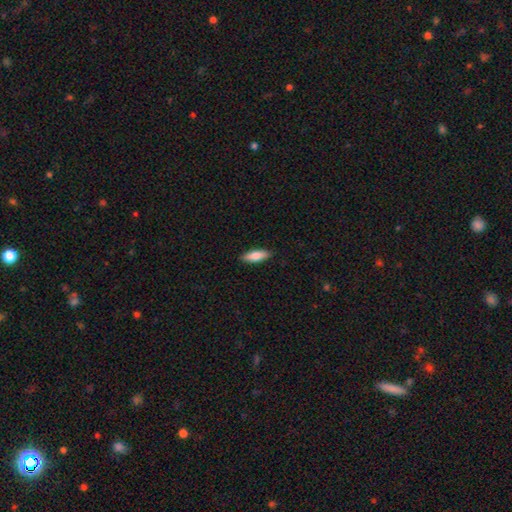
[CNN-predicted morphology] smooth_or_featured: smooth (p=0.82) [alt: featured or disk p=0.12]
how_rounded: in between (p=0.56) [alt: cigar-shaped p=0.42]
merging: none (p=0.89) [alt: minor disturbance p=0.08]